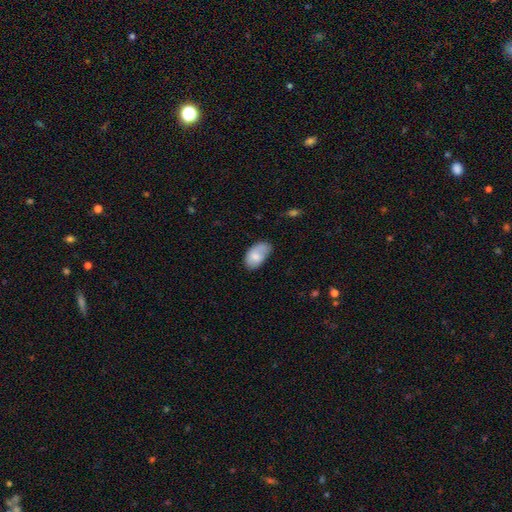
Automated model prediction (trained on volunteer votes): A smooth galaxy with no disk features (76%) that is in between round and cigar-shaped (94%). Merging: none (45%).